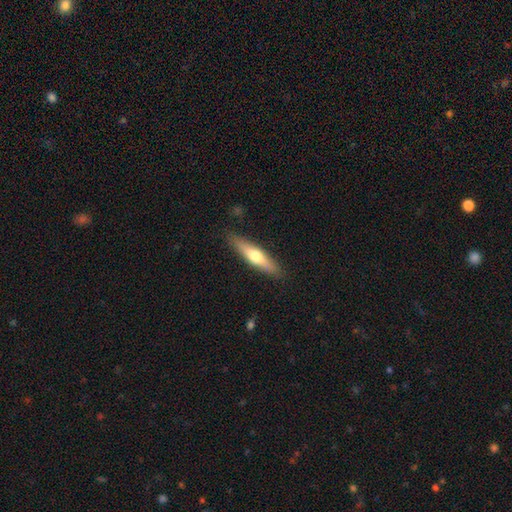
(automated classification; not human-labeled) This appears to be a smooth galaxy with no disk features (52%) that is cigar-shaped (79%). Merging: none (88%).